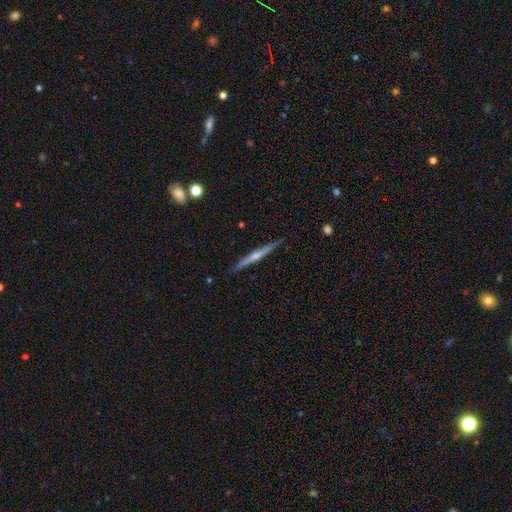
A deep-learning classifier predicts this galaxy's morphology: type=featured or disk (66%); edge-on=yes (98%); edge-on bulge=rounded (61%); merging=none (91%).